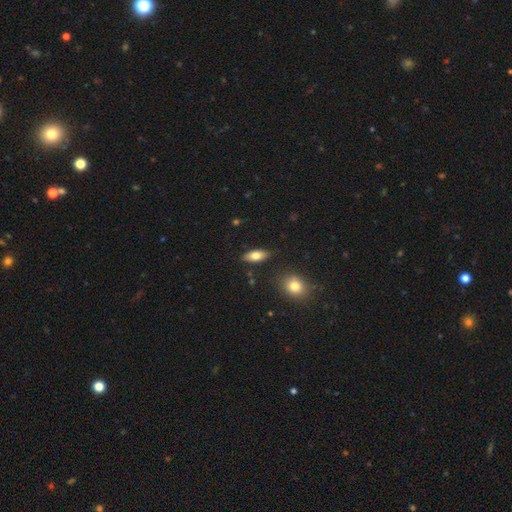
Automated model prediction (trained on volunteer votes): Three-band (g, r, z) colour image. It shows a smooth galaxy with no disk features (75%) that is in between round and cigar-shaped (83%). Merging: none (85%).